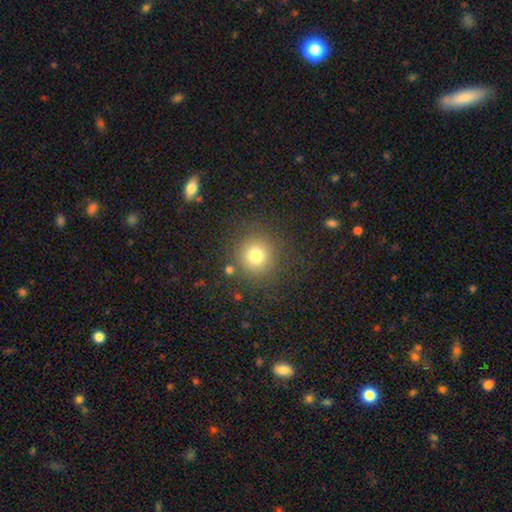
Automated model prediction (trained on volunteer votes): smooth 76%, star or artifact 15%, featured or disk 8%. Down the decision tree: how rounded — round (93%); merging — none (85%).